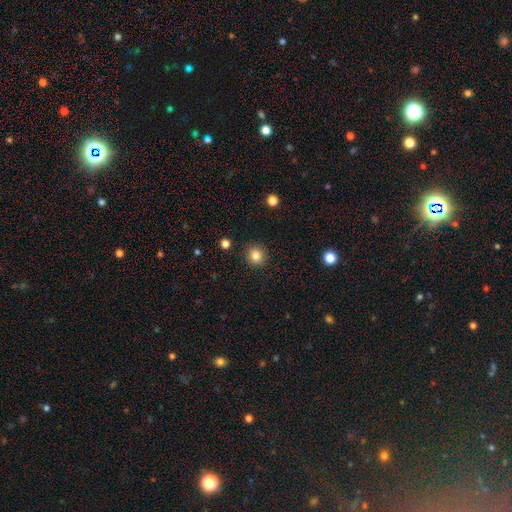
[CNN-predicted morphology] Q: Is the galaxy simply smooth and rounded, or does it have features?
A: smooth — 84%.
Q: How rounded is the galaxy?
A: round — 92%.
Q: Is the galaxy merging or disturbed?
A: none — 91%.